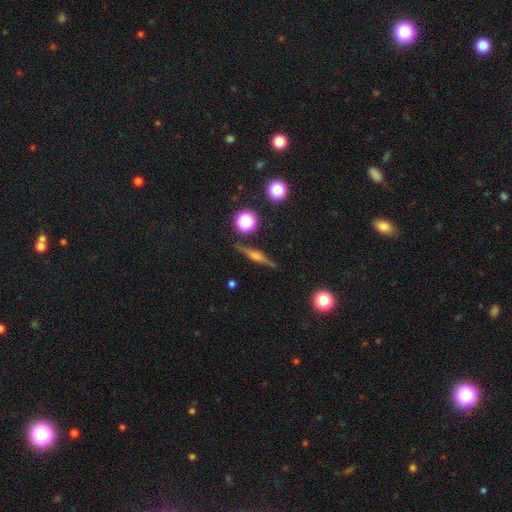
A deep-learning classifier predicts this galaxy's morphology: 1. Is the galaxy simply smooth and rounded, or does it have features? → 67% featured or disk, 22% smooth, 11% star or artifact.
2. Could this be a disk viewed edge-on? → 96% yes, 4% no.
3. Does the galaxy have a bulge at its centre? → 66% rounded, 24% boxy, 9% none.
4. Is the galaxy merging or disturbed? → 87% none, 9% minor disturbance, 2% major disturbance, 2% merger.